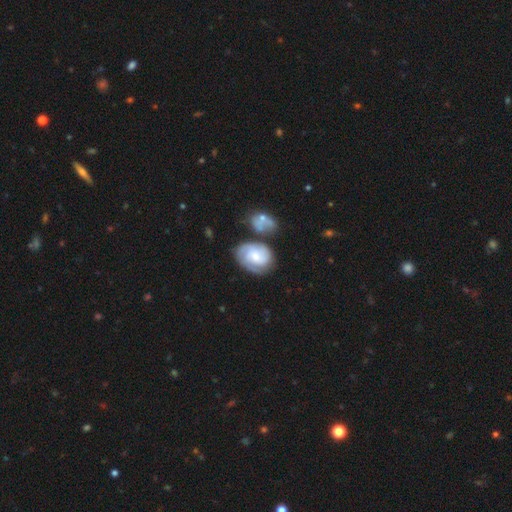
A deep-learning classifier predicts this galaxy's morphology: featured or disk 67%, smooth 27%, star or artifact 6%. Down the decision tree: edge-on disk — no (97%); bar — no (64%); spiral arms — yes (90%); spiral arm count — can't tell (31%); spiral winding — tight (55%); bulge size — small (43%); merging — none (50%).